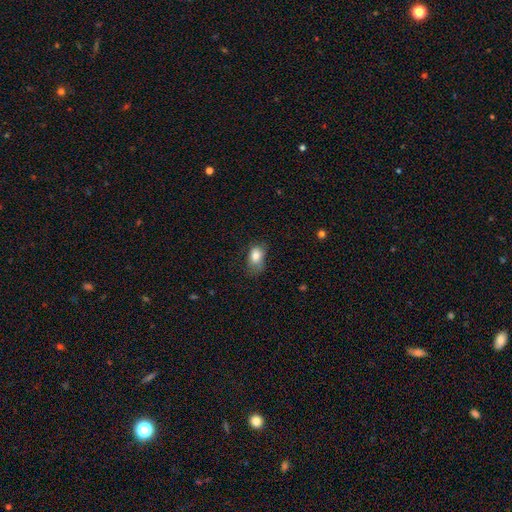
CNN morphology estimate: This is clearly a smooth galaxy (81%). How rounded: clearly in between (83%). Merging: possibly none (46%).